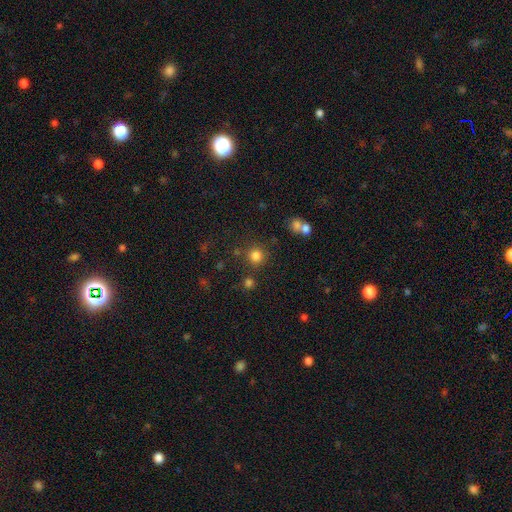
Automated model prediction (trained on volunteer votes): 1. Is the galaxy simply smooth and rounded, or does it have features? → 79% smooth, 15% star or artifact, 5% featured or disk.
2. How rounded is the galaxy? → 93% round, 6% in between, 1% cigar-shaped.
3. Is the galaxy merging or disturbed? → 81% none, 8% minor disturbance, 7% merger, 4% major disturbance.